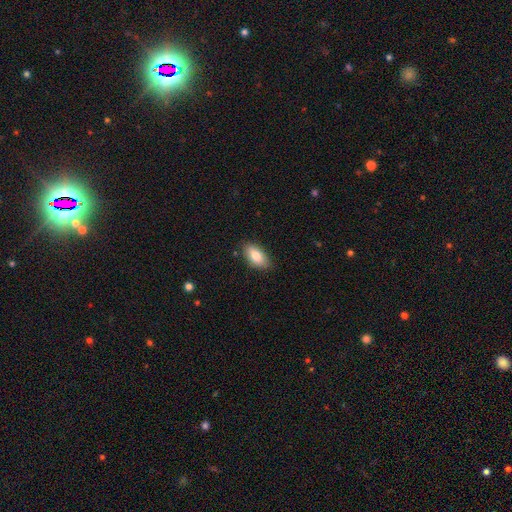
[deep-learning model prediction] smooth 80%, featured or disk 13%, star or artifact 7%. Down the decision tree: how rounded — in between (92%); merging — none (85%).